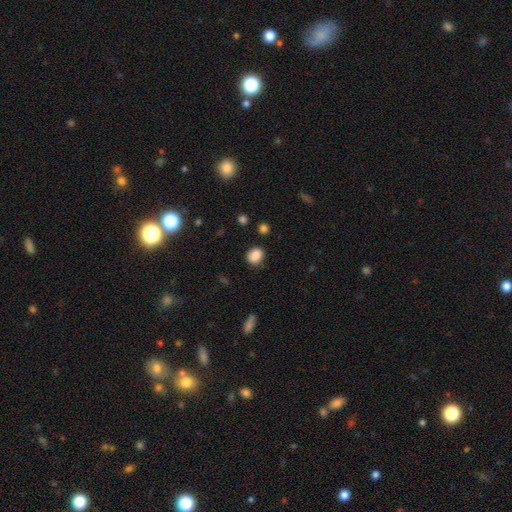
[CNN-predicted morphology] A smooth galaxy with no disk features (85%) that is round (58%).

Vote fractions:
- Smooth or featured? smooth: 85% / star or artifact: 10% / featured or disk: 5%
- How rounded? round: 58% / in between: 41% / cigar-shaped: 1%
- Merging? none: 80% / minor disturbance: 15% / major disturbance: 4% / merger: 2%